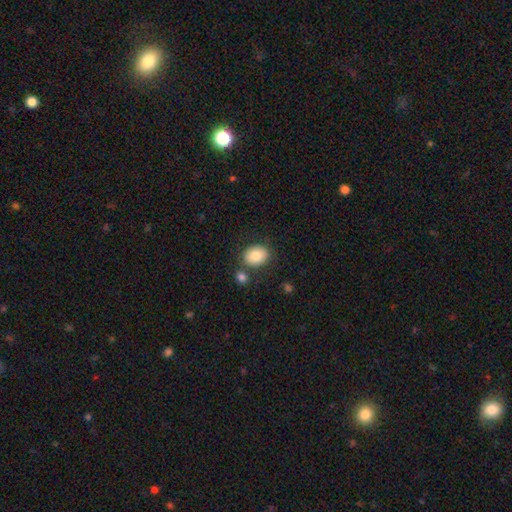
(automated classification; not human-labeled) A smooth galaxy with no disk features (82%) that is in between round and cigar-shaped (55%).

Vote fractions:
- Smooth or featured? smooth: 82% / featured or disk: 10% / star or artifact: 8%
- How rounded? in between: 55% / round: 44% / cigar-shaped: 1%
- Merging? none: 75% / minor disturbance: 11% / merger: 10% / major disturbance: 3%